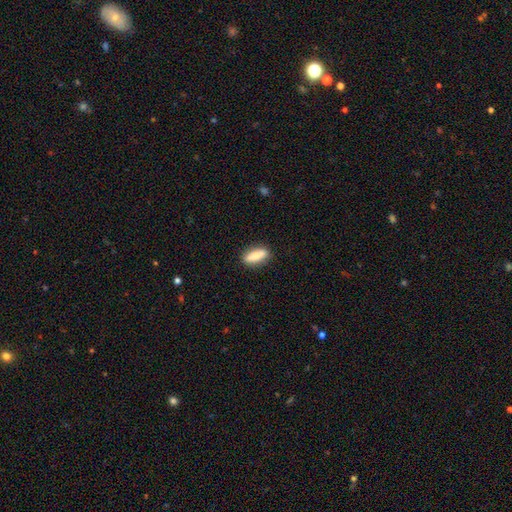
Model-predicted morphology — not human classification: type=smooth (80%); roundness=in between (55%); merging=none (87%).